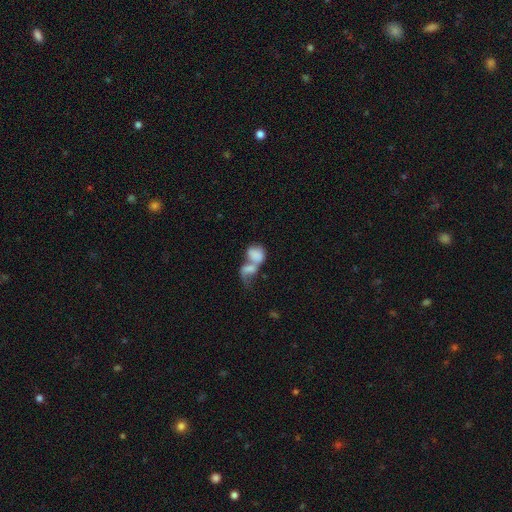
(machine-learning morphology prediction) Smooth or featured? smooth (64%)
How rounded? in between (70%)
Merging? merger (76%)